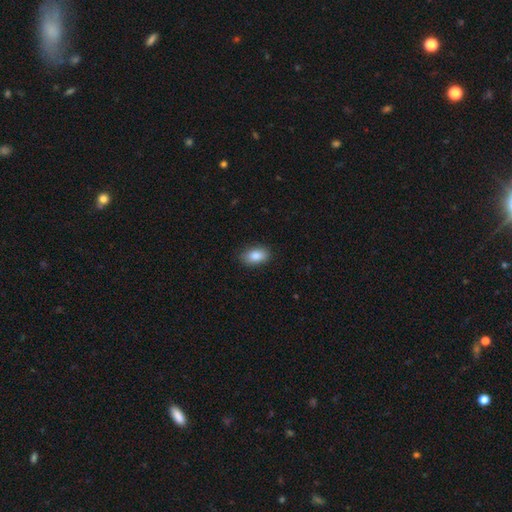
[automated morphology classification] Smooth or featured? smooth (86%)
How rounded? in between (90%)
Merging? none (85%)